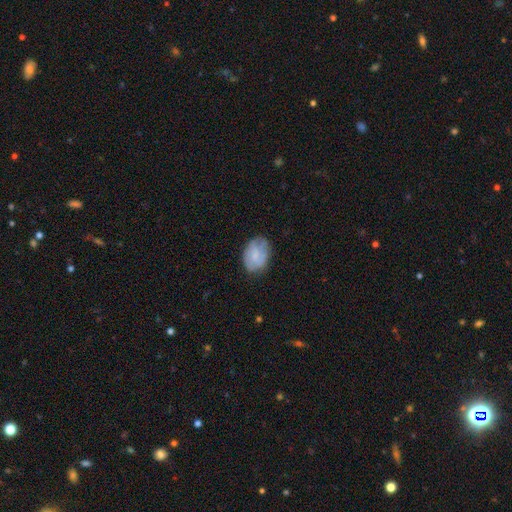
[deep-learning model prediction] Smooth or featured? Predicted: smooth (p=0.62). How rounded? Predicted: in between (p=0.75). Merging? Predicted: none (p=0.66).